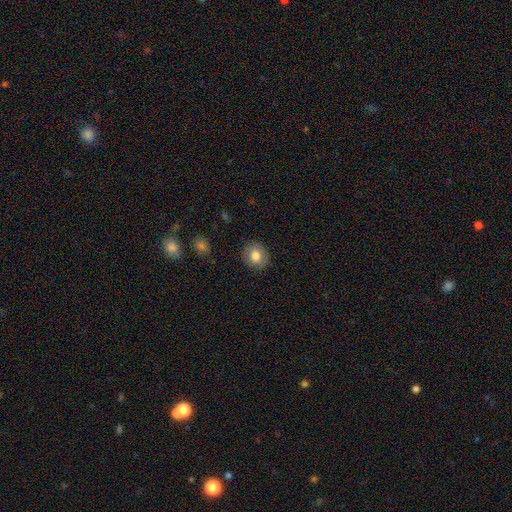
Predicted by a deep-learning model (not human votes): smooth 79%, featured or disk 13%, star or artifact 8%. Down the decision tree: how rounded — round (75%); merging — none (88%).